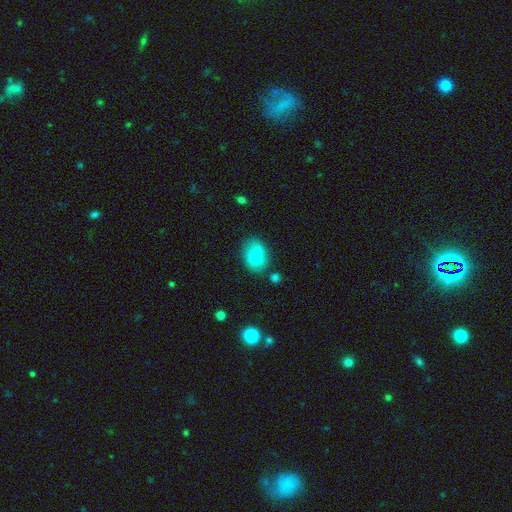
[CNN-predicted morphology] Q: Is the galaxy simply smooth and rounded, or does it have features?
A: smooth — 67%.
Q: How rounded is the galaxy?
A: in between — 71%.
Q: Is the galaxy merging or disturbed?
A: none — 72%.